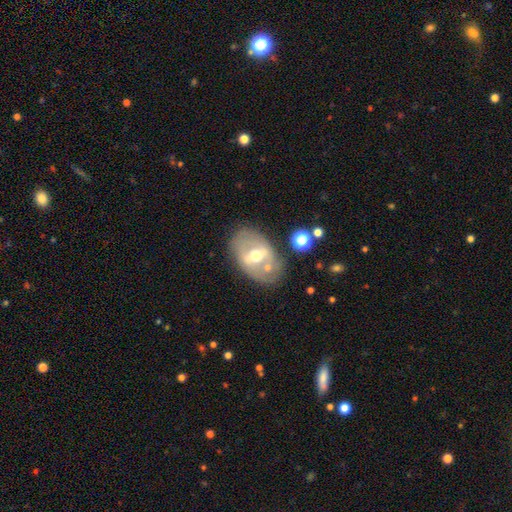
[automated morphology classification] This appears to be a featured or disk galaxy (65%) with a weak bar (41%, tied with strong), no spiral arms (67%) and a moderate central bulge (73%). Merging: none (69%).